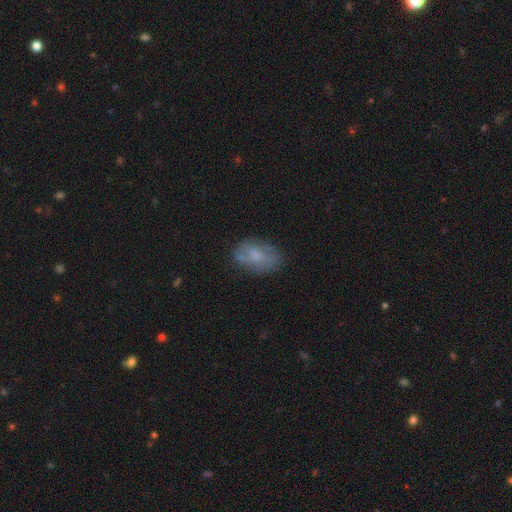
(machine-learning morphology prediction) smooth 54%, featured or disk 37%, star or artifact 9%. Down the decision tree: how rounded — in between (85%); merging — none (63%).